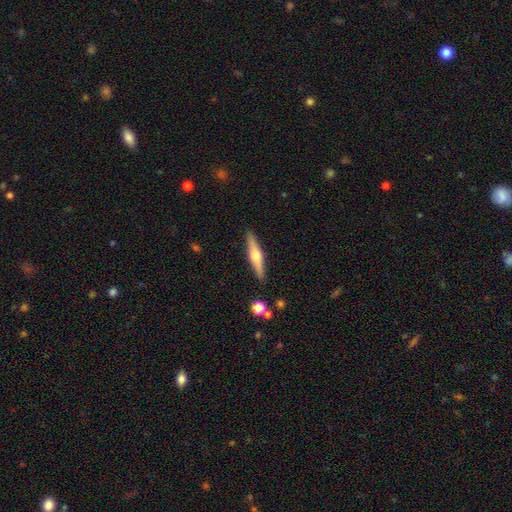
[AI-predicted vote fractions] Morphology: type=featured or disk (63%); edge-on=yes (97%); edge-on bulge=rounded (91%); merging=none (90%).